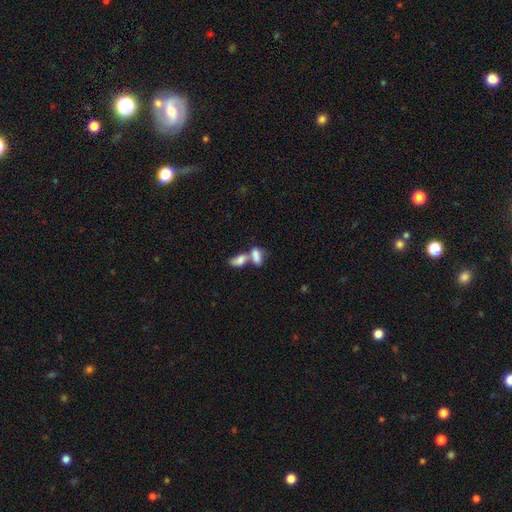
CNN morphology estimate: The model was most divided on "merging": merger: 70%, none: 17%, minor disturbance: 7%, major disturbance: 6%. More confident: how rounded — in between (85%); smooth or featured — smooth (74%).